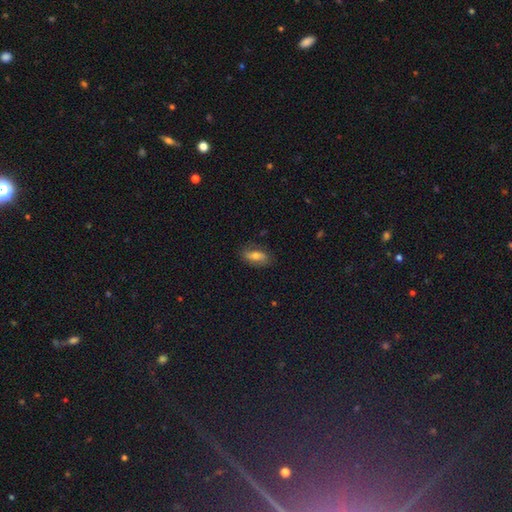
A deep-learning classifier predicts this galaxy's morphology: type=smooth (59%); roundness=in between (80%); merging=none (80%).